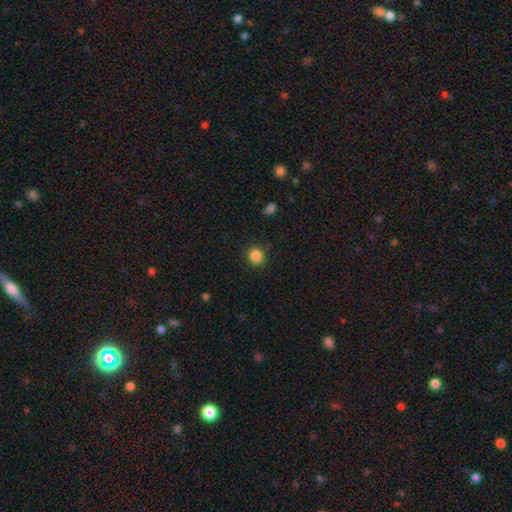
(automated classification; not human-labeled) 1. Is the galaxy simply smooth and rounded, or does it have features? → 86% smooth, 11% star or artifact, 4% featured or disk.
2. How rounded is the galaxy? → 78% round, 21% in between, 1% cigar-shaped.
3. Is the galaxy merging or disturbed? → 87% none, 9% minor disturbance, 3% major disturbance, 1% merger.